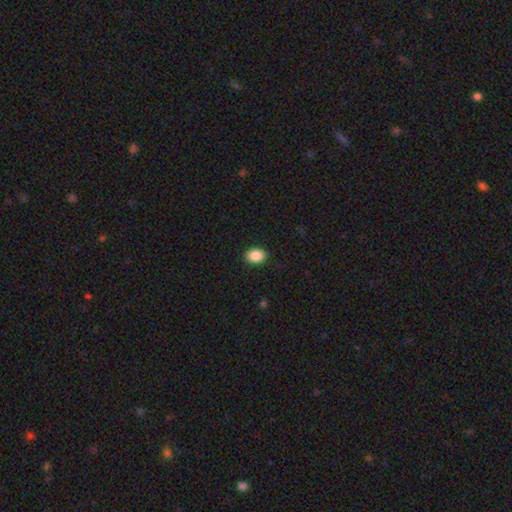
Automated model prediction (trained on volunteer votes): smooth 88%, star or artifact 8%, featured or disk 3%. Down the decision tree: how rounded — in between (73%); merging — none (91%).